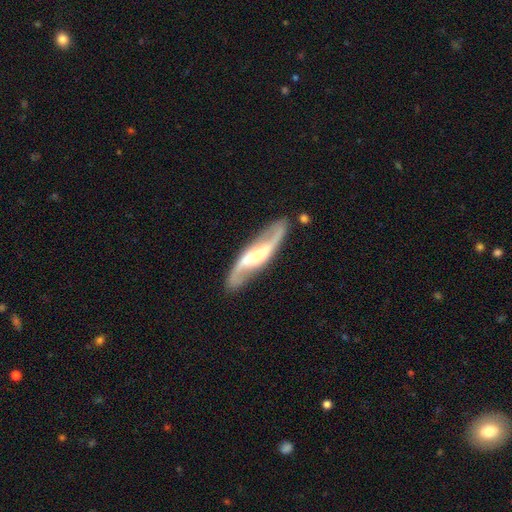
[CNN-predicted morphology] Smooth or featured? Predicted: featured or disk (p=0.85). Edge-on disk? Predicted: no (p=0.84). Bar? Predicted: weak (p=0.38). Spiral arms? Predicted: yes (p=0.96). Spiral winding? Predicted: loose (p=0.52). Spiral arm count? Predicted: 2 (p=0.92). Bulge size? Predicted: moderate (p=0.36). Merging? Predicted: none (p=0.79).